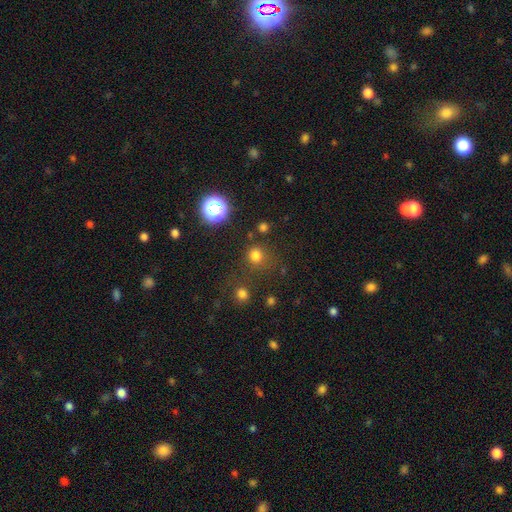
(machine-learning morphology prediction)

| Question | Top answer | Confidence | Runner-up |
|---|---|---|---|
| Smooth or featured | smooth | 74% | star or artifact (21%) |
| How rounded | round | 90% | in between (9%) |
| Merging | none | 78% | minor disturbance (11%) |